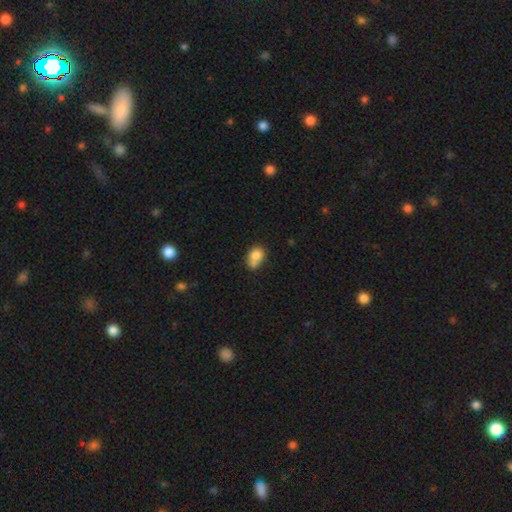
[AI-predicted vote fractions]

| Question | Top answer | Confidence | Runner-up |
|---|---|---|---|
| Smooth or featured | smooth | 77% | featured or disk (13%) |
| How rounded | in between | 56% | round (43%) |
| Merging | merger | 37% | none (35%) |